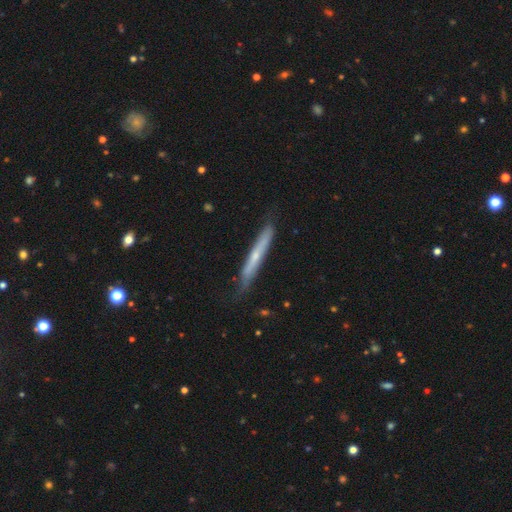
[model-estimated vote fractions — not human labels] This is possibly a featured or disk galaxy (53%). It is clearly viewed edge-on (89%). Merging: likely none (75%).